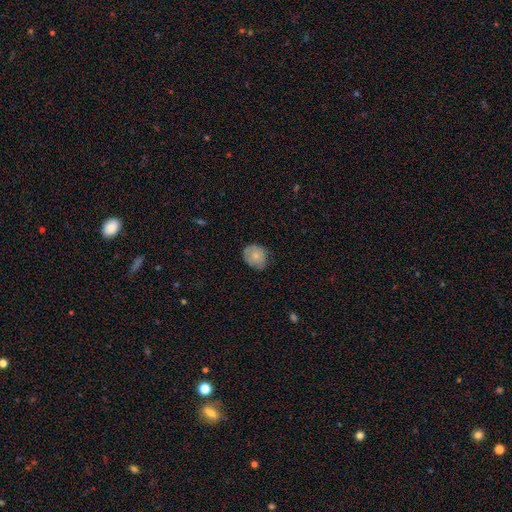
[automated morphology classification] A smooth galaxy with no disk features (77%) that is round (70%).

Vote fractions:
- Smooth or featured? smooth: 77% / featured or disk: 15% / star or artifact: 8%
- How rounded? round: 70% / in between: 30% / cigar-shaped: 1%
- Merging? none: 67% / minor disturbance: 27% / major disturbance: 5% / merger: 1%